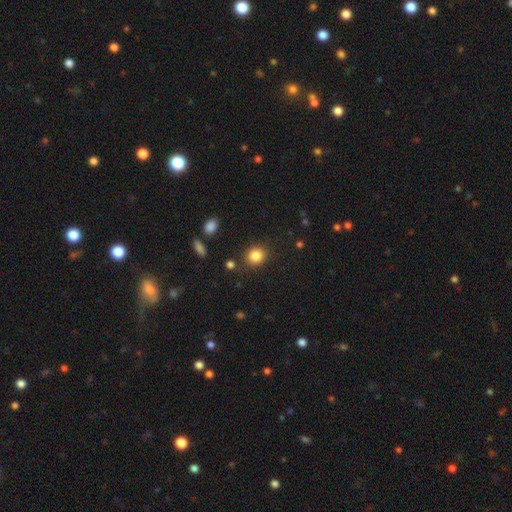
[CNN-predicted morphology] Smooth or featured? Predicted: smooth (p=0.85). How rounded? Predicted: round (p=0.76). Merging? Predicted: none (p=0.86).